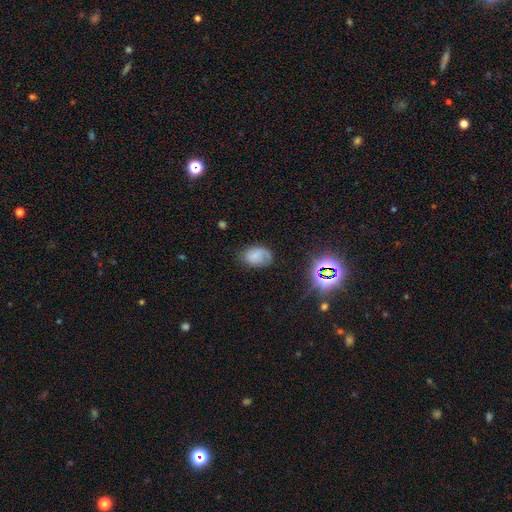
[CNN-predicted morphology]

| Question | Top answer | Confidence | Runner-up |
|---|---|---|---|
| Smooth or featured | smooth | 63% | featured or disk (23%) |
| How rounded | in between | 78% | round (20%) |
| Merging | none | 62% | minor disturbance (26%) |